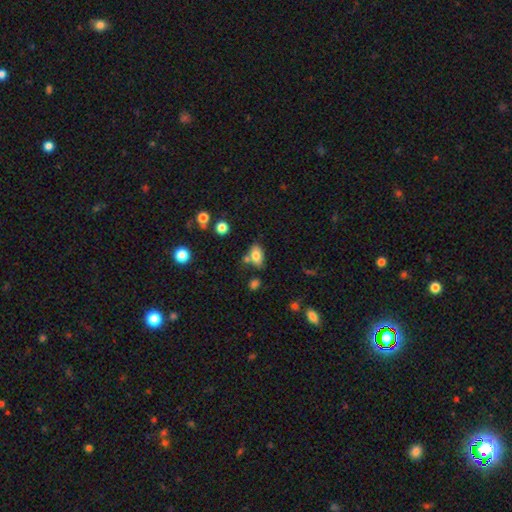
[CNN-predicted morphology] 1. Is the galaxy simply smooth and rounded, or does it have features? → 79% smooth, 12% featured or disk, 9% star or artifact.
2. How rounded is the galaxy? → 89% in between, 9% round, 2% cigar-shaped.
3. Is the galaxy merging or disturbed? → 65% none, 16% minor disturbance, 15% merger, 4% major disturbance.